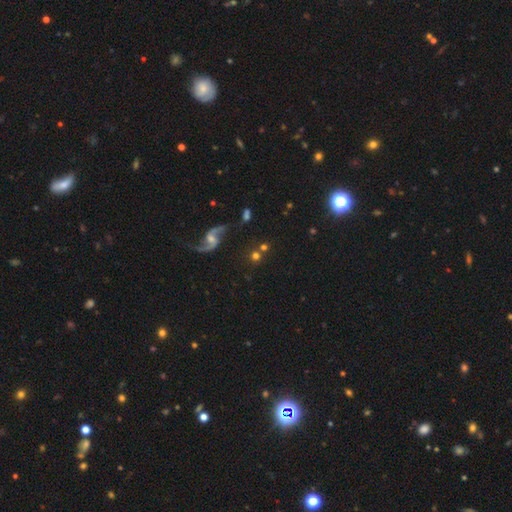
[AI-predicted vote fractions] This is possibly a smooth galaxy (53%). How rounded: clearly round (91%). Merging: likely none (72%).